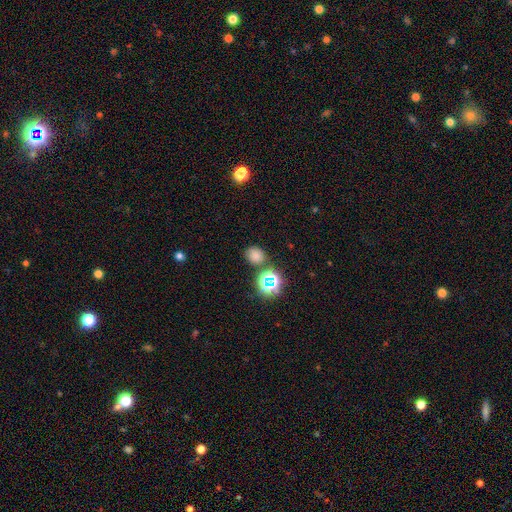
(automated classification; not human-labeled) Smooth or featured?
  - smooth: 69% *
  - star or artifact: 25%
  - featured or disk: 7%
How rounded?
  - round: 69% *
  - in between: 30%
  - cigar-shaped: 1%
Merging?
  - none: 75% *
  - minor disturbance: 13%
  - merger: 8%
  - major disturbance: 4%